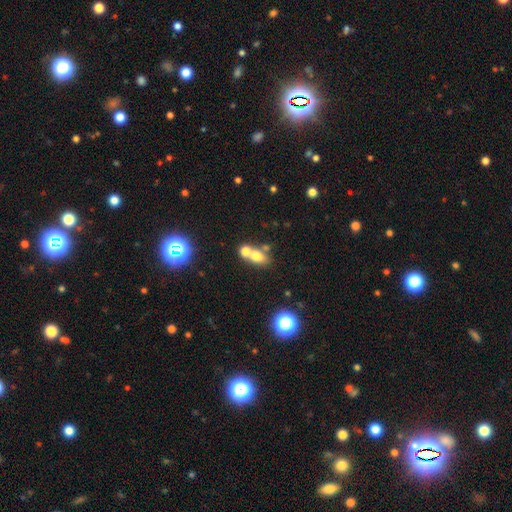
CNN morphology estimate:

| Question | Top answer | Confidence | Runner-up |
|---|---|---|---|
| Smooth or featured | smooth | 70% | featured or disk (16%) |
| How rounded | in between | 59% | round (39%) |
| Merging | merger | 56% | none (33%) |